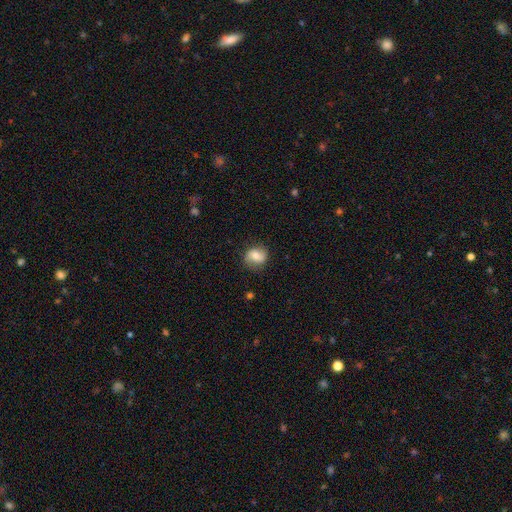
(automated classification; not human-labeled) Smooth or featured: smooth — 56% (featured or disk — 35%)
How rounded: round — 66% (in between — 32%)
Merging: none — 80% (minor disturbance — 14%)